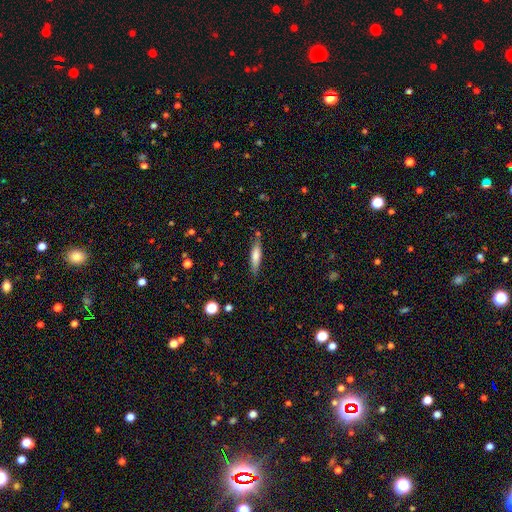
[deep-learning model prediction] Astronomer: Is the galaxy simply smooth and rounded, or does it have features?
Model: smooth — 66%.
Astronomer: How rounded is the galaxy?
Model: cigar-shaped — 78%.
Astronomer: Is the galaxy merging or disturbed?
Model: none — 81%.